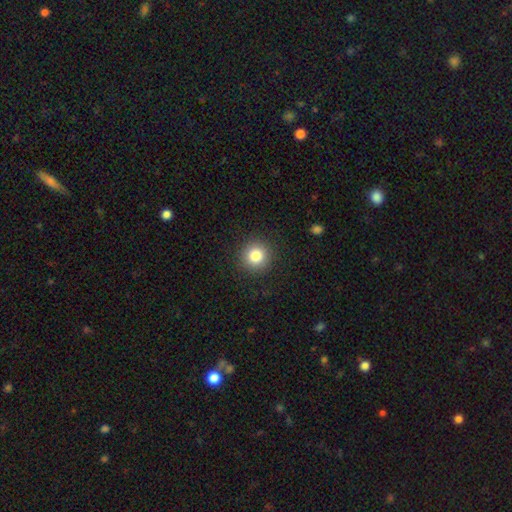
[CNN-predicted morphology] Smooth or featured? Predicted: smooth (p=0.83). How rounded? Predicted: round (p=0.94). Merging? Predicted: none (p=0.91).